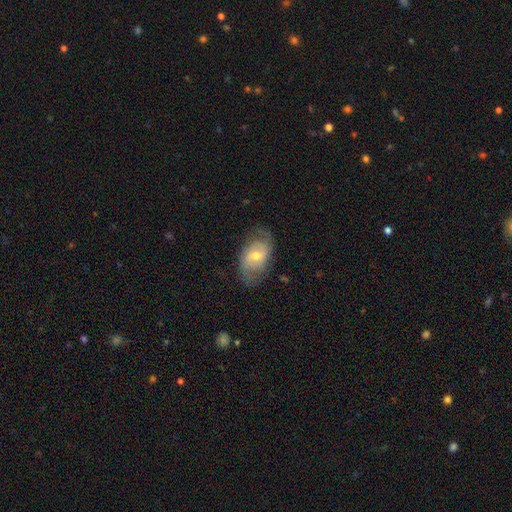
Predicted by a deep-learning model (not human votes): Overall: featured or disk (61%; smooth 31%). Edge-on disk: no (94%). Bar: weak (46%; no 41%). Spiral arms: yes (81%). Bulge size: moderate (51%; small 44%). Merging: none (70%).